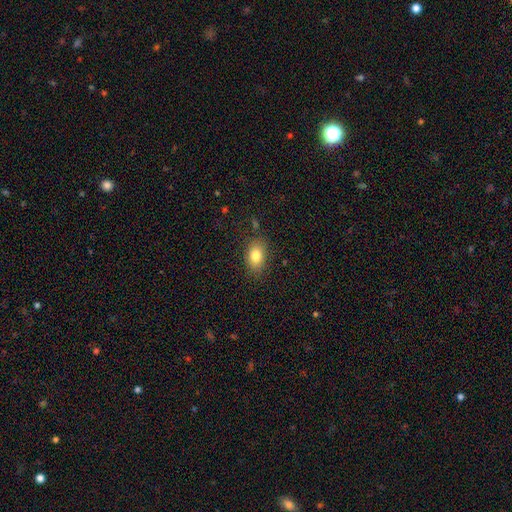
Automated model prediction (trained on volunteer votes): A smooth galaxy with no disk features (81%) that is in between round and cigar-shaped (80%). Merging: none (84%).